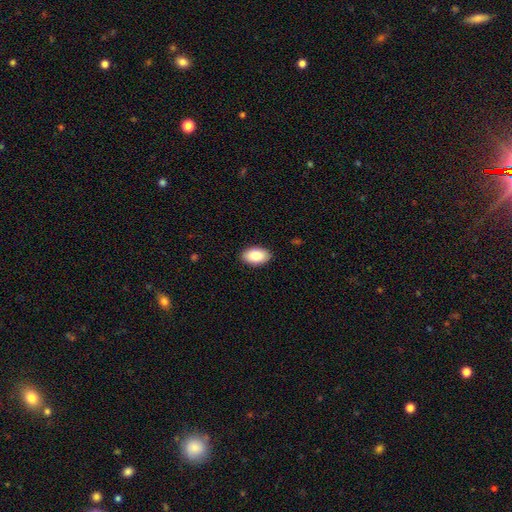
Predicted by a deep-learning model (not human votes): This appears to be a smooth galaxy with no disk features (87%) that is in between round and cigar-shaped (93%). Merging: none (89%).